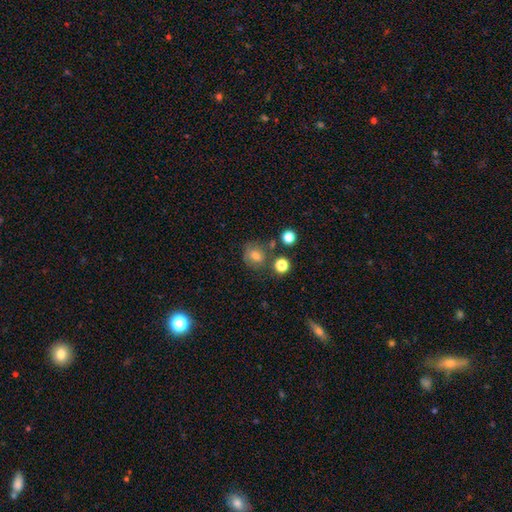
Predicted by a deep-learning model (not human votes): A smooth galaxy with no disk features (71%) that is round (75%). Merging: none (67%).